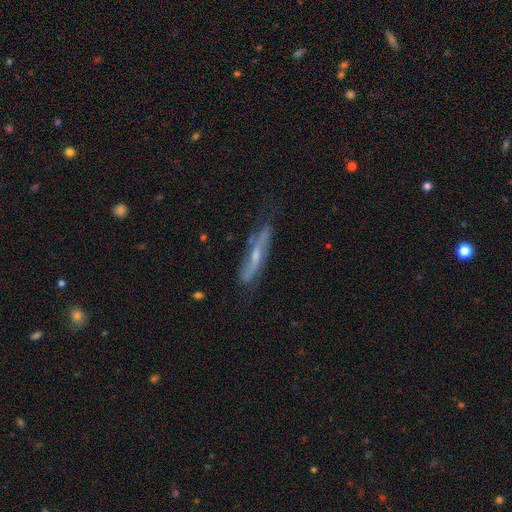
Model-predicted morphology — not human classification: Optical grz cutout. It shows a featured or disk galaxy (70%) viewed edge-on (59%). Merging: none (63%).